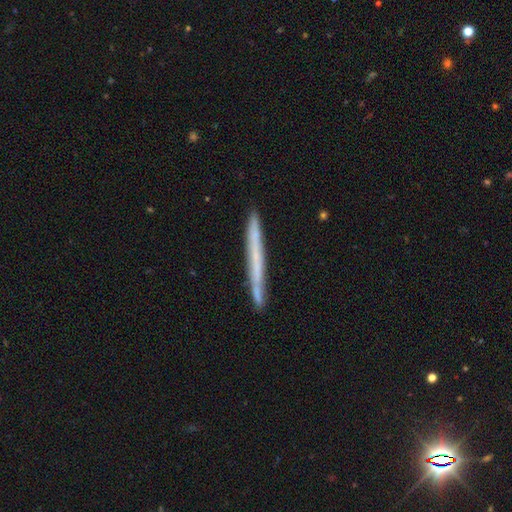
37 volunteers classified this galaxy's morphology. Smooth or featured? 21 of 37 (57%) said smooth. How rounded? 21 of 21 (100%) said cigar-shaped. Merging? 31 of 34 (91%) said none.